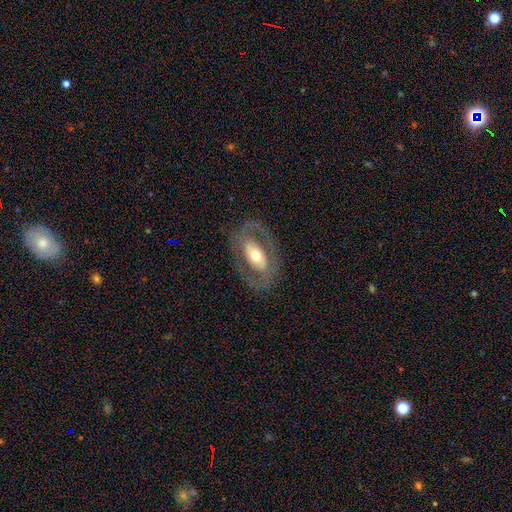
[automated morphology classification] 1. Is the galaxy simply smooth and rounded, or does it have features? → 67% featured or disk, 28% smooth, 6% star or artifact.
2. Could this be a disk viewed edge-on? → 91% no, 9% yes.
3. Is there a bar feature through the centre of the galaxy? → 51% no, 25% weak, 24% strong.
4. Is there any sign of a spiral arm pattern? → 59% no, 41% yes.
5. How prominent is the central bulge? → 64% moderate, 18% small, 15% large, 2% dominant, 1% none.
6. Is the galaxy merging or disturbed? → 77% none, 12% minor disturbance, 9% major disturbance, 1% merger.